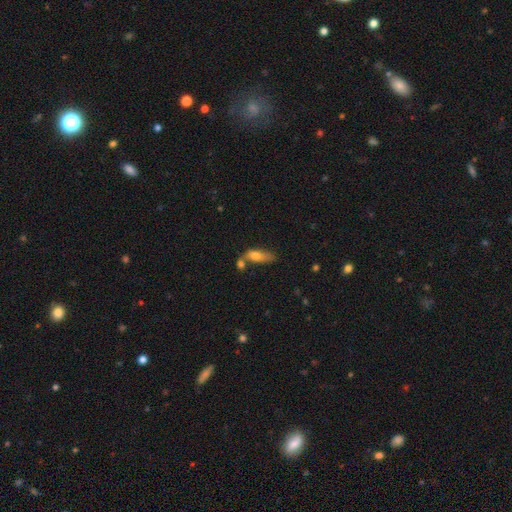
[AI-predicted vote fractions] Smooth or featured?
  - smooth: 71% *
  - featured or disk: 21%
  - star or artifact: 8%
How rounded?
  - in between: 65% *
  - cigar-shaped: 31%
  - round: 4%
Merging?
  - merger: 35% *
  - none: 34%
  - minor disturbance: 20%
  - major disturbance: 12%